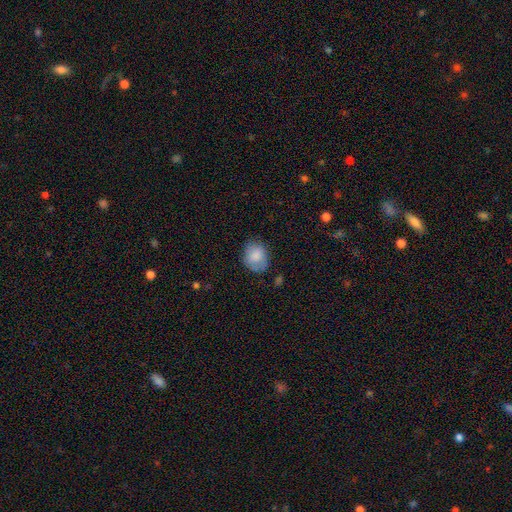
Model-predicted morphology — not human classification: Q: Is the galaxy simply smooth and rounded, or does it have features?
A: smooth — 81%.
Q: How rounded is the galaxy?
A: round — 50%.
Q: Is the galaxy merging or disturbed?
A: none — 66%.